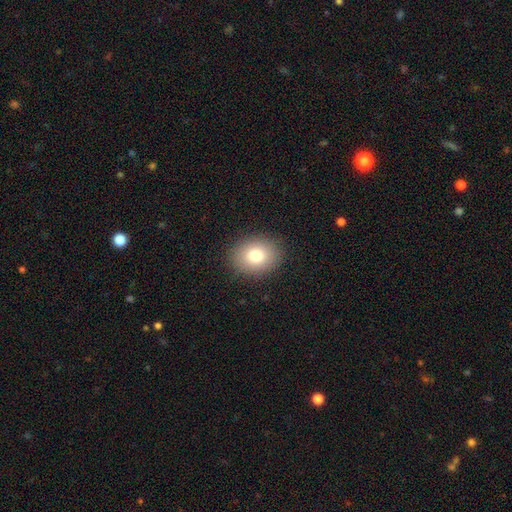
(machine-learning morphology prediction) type=smooth (78%); roundness=round (51%); merging=none (89%).